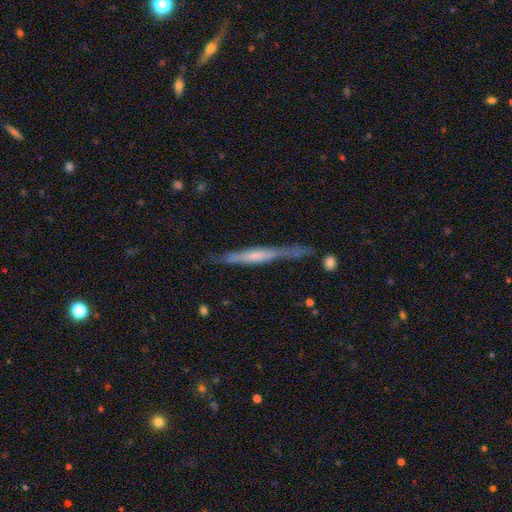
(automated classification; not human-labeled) A featured or disk galaxy (63%) viewed edge-on (94%) with no central bulge (48%).

Vote fractions:
- Smooth or featured? featured or disk: 63% / smooth: 31% / star or artifact: 6%
- Edge-on disk? yes: 94% / no: 6%
- Edge-on bulge? none: 48% / rounded: 31% / boxy: 21%
- Merging? none: 69% / minor disturbance: 20% / major disturbance: 6% / merger: 5%